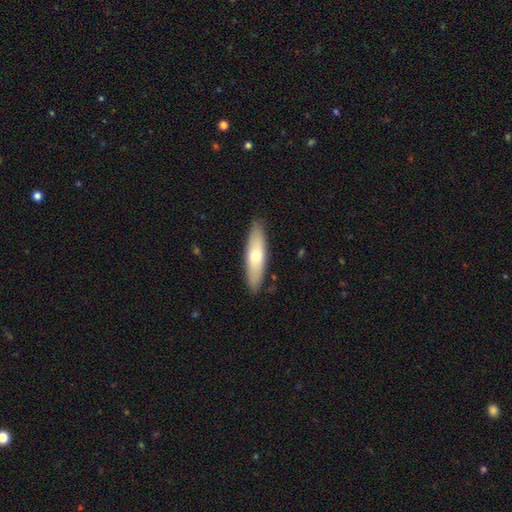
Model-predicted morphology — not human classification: smooth 66%, featured or disk 29%, star or artifact 5%. Down the decision tree: how rounded — cigar-shaped (64%); merging — none (87%).